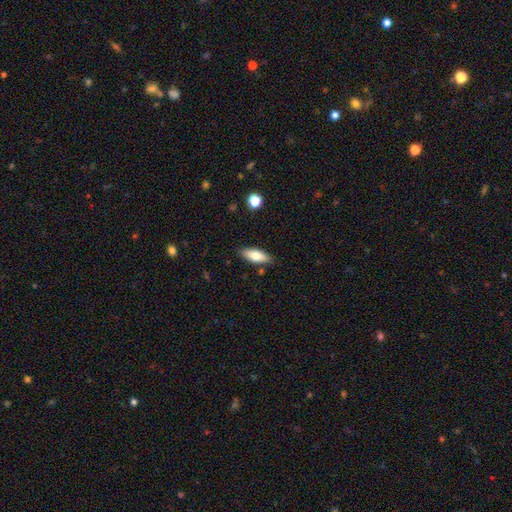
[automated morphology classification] A smooth galaxy with no disk features (73%) that is in between round and cigar-shaped (72%).

Vote fractions:
- Smooth or featured? smooth: 73% / featured or disk: 20% / star or artifact: 7%
- How rounded? in between: 72% / cigar-shaped: 25% / round: 2%
- Merging? none: 85% / minor disturbance: 10% / merger: 2% / major disturbance: 2%